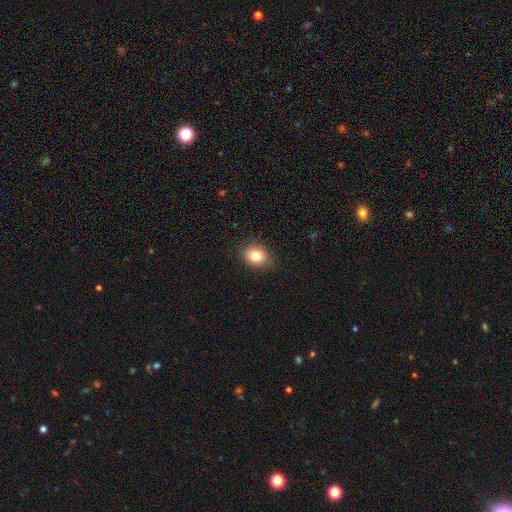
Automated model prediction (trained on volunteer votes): Morphology: type=smooth (81%); roundness=round (53%); merging=none (87%).